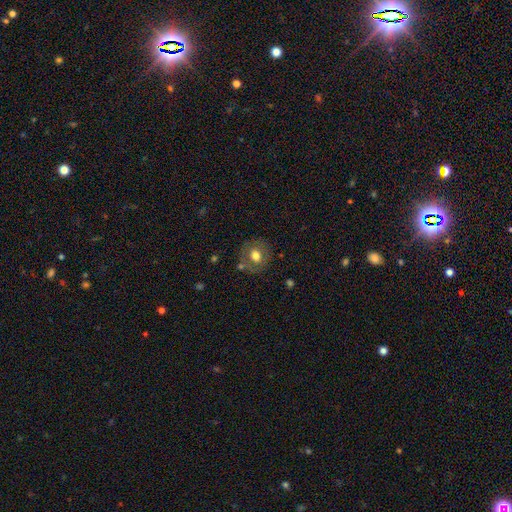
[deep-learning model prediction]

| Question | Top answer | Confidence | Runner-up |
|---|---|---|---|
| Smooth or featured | smooth | 63% | featured or disk (29%) |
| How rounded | round | 78% | in between (21%) |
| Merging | none | 78% | minor disturbance (12%) |